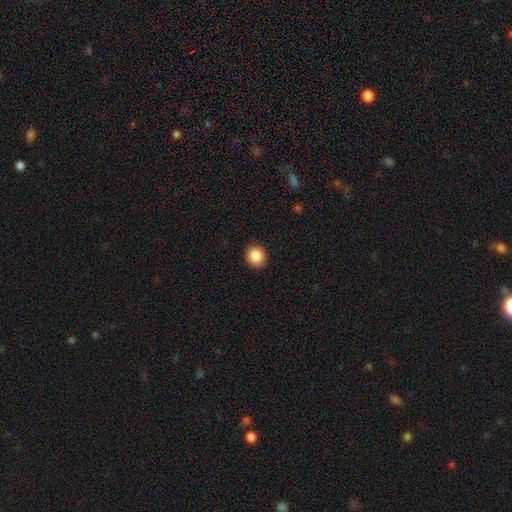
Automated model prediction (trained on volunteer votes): Smooth or featured?
  - smooth: 87% *
  - star or artifact: 9%
  - featured or disk: 4%
How rounded?
  - round: 85% *
  - in between: 14%
  - cigar-shaped: 1%
Merging?
  - none: 92% *
  - minor disturbance: 5%
  - major disturbance: 2%
  - merger: 1%